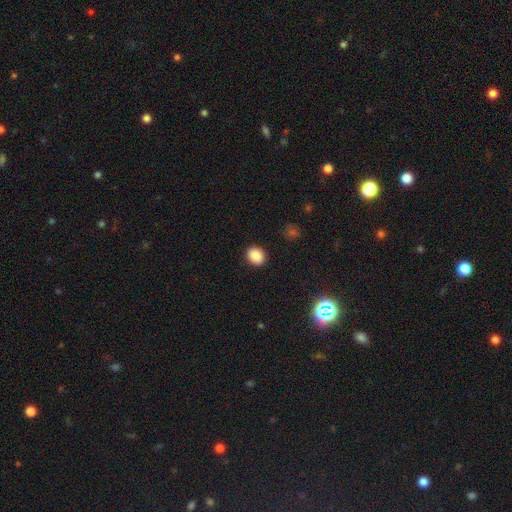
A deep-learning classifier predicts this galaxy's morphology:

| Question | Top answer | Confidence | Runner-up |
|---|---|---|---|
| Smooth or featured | smooth | 88% | star or artifact (9%) |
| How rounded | round | 59% | in between (40%) |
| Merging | none | 91% | minor disturbance (6%) |